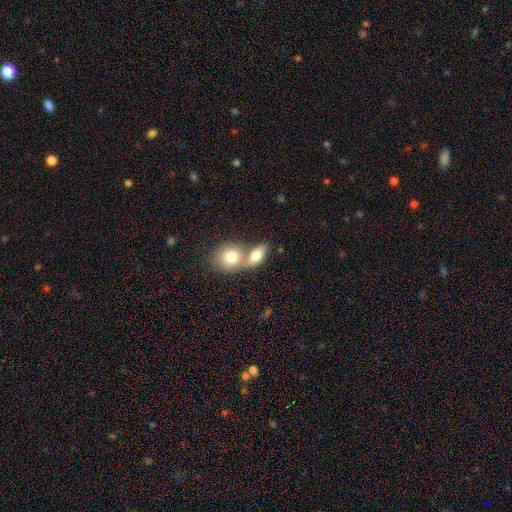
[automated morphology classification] Smooth or featured: smooth — 77% (featured or disk — 16%)
How rounded: in between — 77% (round — 18%)
Merging: merger — 63% (none — 27%)